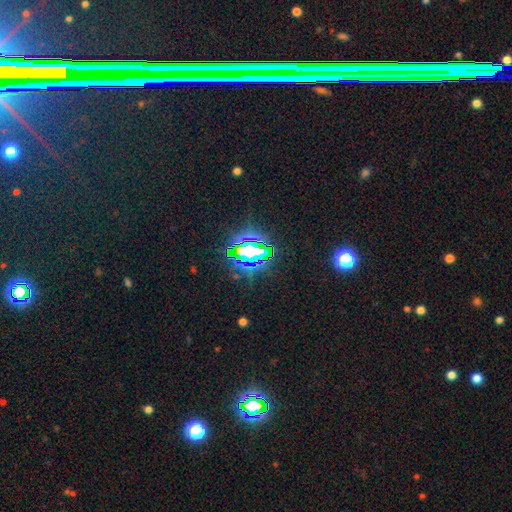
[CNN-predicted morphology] Overall: star or artifact (76%).